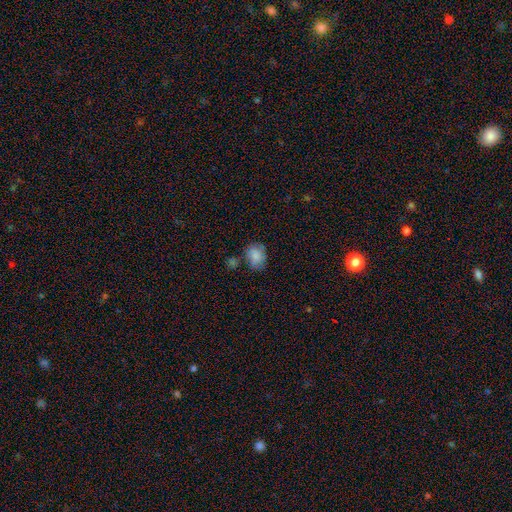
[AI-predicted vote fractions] The model was most divided on "how rounded": in between: 62%, round: 37%, cigar-shaped: 1%. More confident: smooth or featured — smooth (79%); merging — none (60%).